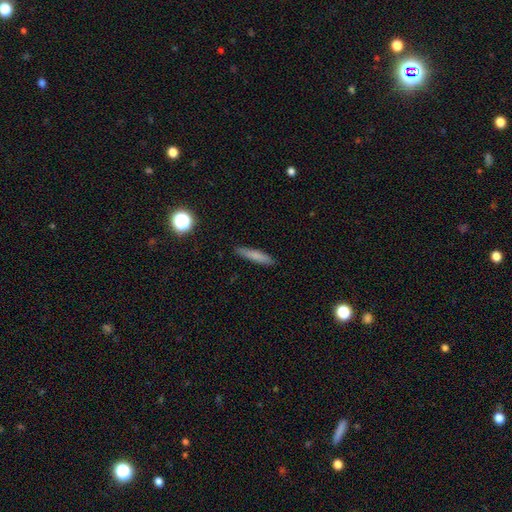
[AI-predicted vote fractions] This is likely a smooth galaxy (76%). How rounded: clearly cigar-shaped (89%). Merging: clearly none (88%).